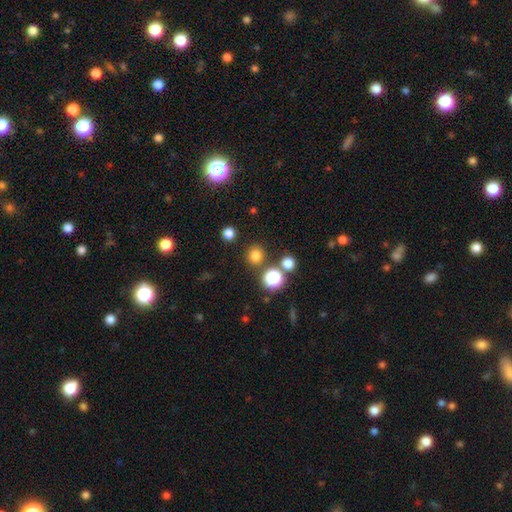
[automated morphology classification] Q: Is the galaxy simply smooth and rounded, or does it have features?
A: smooth — 77%.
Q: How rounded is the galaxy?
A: round — 90%.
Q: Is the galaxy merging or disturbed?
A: none — 83%.